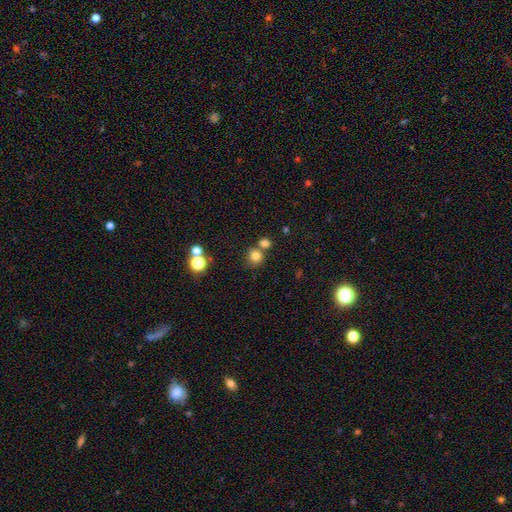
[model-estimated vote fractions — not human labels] smooth 78%, star or artifact 15%, featured or disk 7%. Down the decision tree: how rounded — round (84%); merging — none (62%).